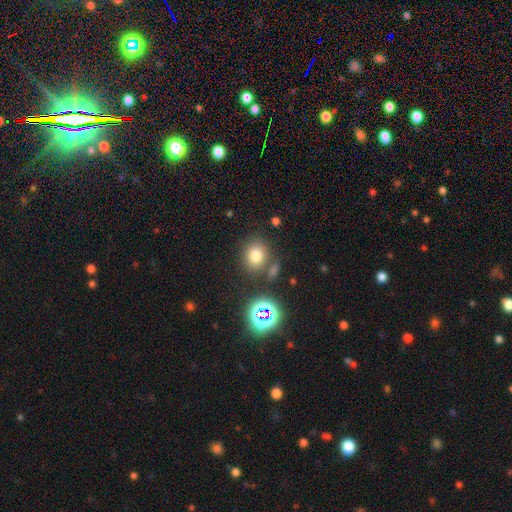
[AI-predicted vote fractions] smooth-or-featured: smooth: 73% | star or artifact: 18% | featured or disk: 9%
  how-rounded: round: 75% | in between: 24% | cigar-shaped: 1%
  merging: none: 73% | merger: 12% | minor disturbance: 11% | major disturbance: 4%